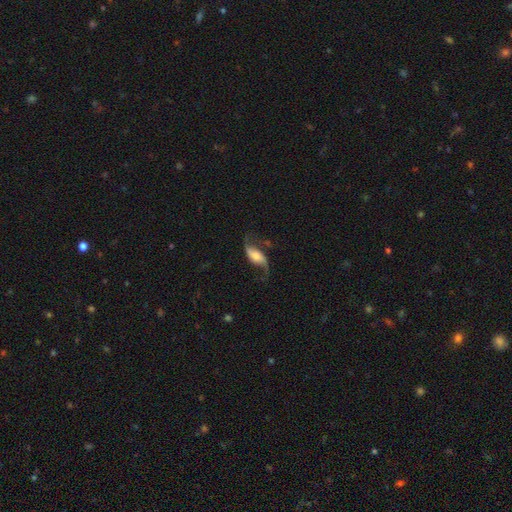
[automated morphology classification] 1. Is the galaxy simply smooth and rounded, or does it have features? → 76% featured or disk, 17% smooth, 7% star or artifact.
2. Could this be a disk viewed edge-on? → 93% no, 7% yes.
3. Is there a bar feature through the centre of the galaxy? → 44% no, 33% weak, 23% strong.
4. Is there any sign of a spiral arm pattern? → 94% yes, 6% no.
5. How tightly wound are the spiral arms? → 84% loose, 13% medium, 3% tight.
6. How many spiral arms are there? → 91% 2, 4% 1, 2% can't tell, 1% 3, 1% 4, 1% more than 4.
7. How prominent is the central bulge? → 34% moderate, 30% small, 20% large, 10% none, 6% dominant.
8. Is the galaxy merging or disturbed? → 63% none, 18% minor disturbance, 16% major disturbance, 3% merger.